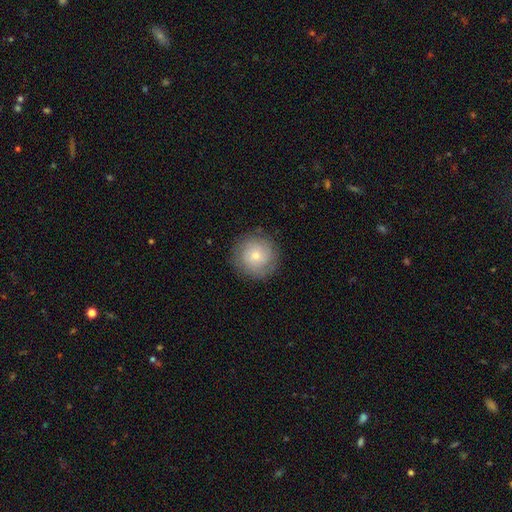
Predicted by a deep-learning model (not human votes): smooth 55%, featured or disk 36%, star or artifact 8%. Down the decision tree: how rounded — round (94%); merging — none (86%).